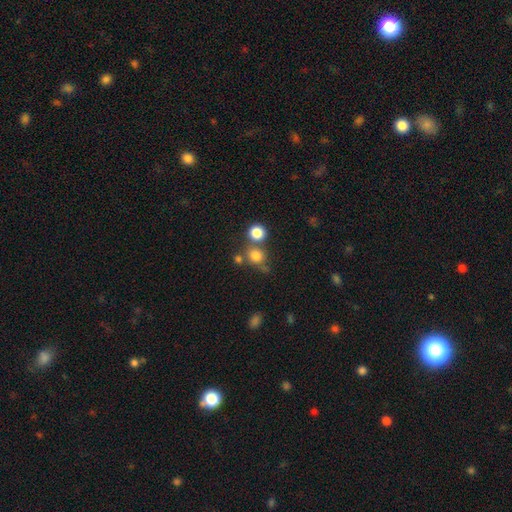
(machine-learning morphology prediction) This appears to be a smooth galaxy with no disk features (79%) that is round (85%). Merging: none (60%).